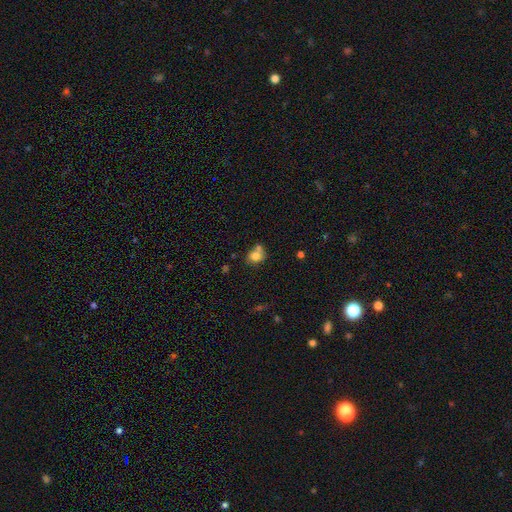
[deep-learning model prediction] Overall: smooth (79%). How rounded: round (66%; in between 33%). Merging: none (45%; merger 35%).